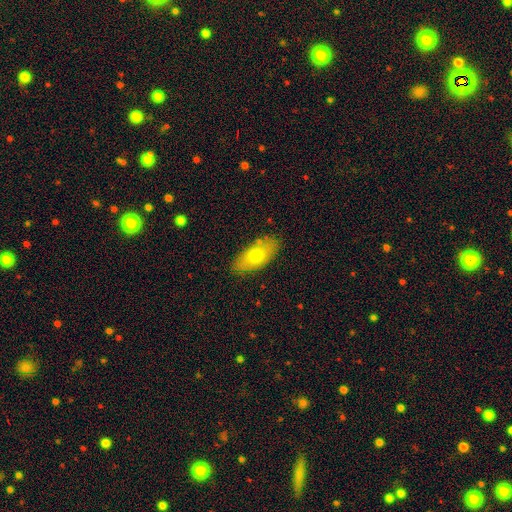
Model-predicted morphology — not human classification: This is likely a smooth galaxy (69%). How rounded: clearly in between (89%). Merging: clearly none (81%).